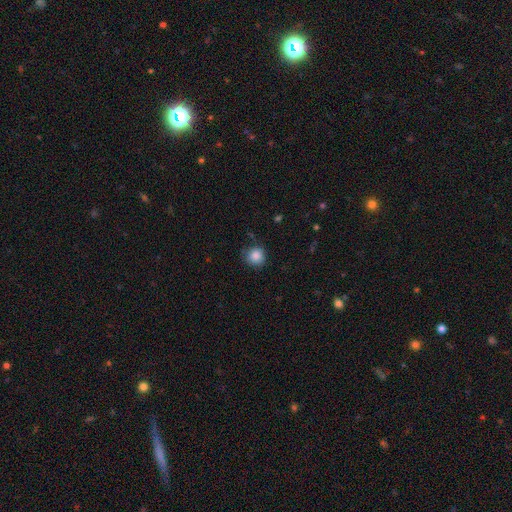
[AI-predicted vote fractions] This appears to be a smooth galaxy with no disk features (86%) that is round (91%). Merging: none (77%).